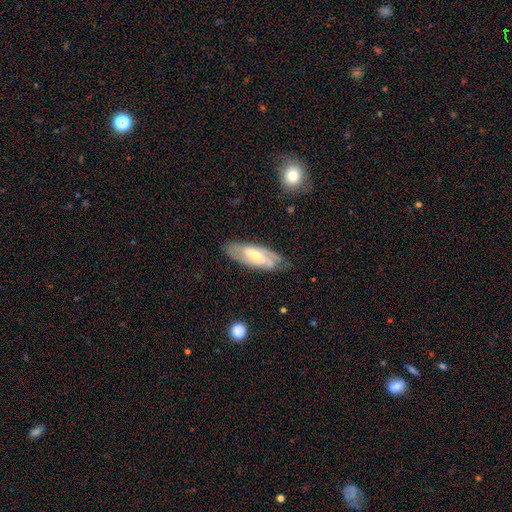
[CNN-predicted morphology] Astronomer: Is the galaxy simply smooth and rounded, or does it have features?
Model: featured or disk — 71%.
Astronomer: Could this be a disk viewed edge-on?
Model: no — 86%.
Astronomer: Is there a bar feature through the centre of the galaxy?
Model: weak — 40% (runner-up: no, 31%).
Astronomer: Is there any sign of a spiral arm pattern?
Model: yes — 84%.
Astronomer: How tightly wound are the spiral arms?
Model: tight — 46% (runner-up: medium, 40%).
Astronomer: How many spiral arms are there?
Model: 2 — 53% (runner-up: can't tell, 31%).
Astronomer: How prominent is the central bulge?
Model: small — 51% (runner-up: moderate, 43%).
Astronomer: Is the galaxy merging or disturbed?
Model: none — 72%.